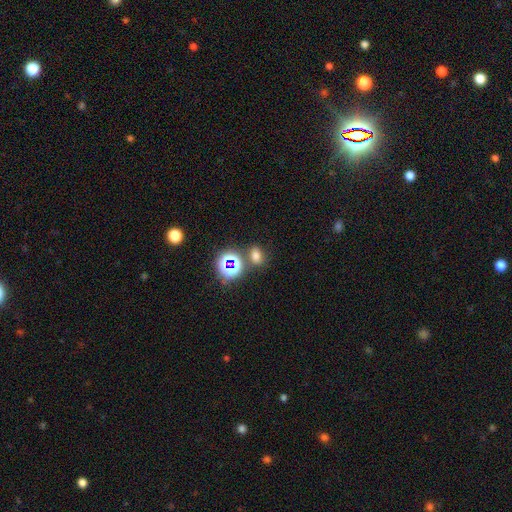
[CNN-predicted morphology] The model was most divided on "how rounded": in between: 67%, round: 32%, cigar-shaped: 2%. More confident: merging — none (70%); smooth or featured — smooth (64%).